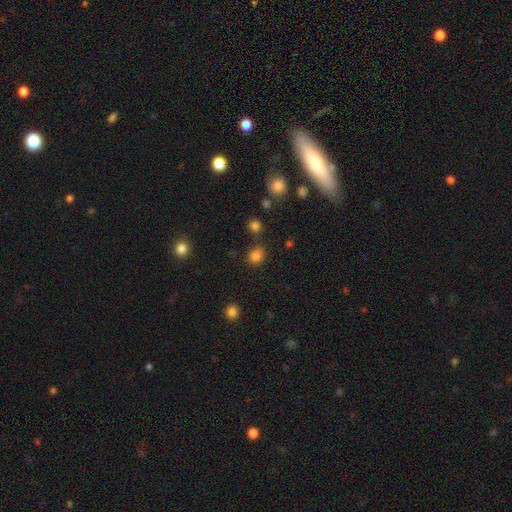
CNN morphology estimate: Smooth or featured? Predicted: smooth (p=0.81). How rounded? Predicted: round (p=0.67). Merging? Predicted: none (p=0.75).